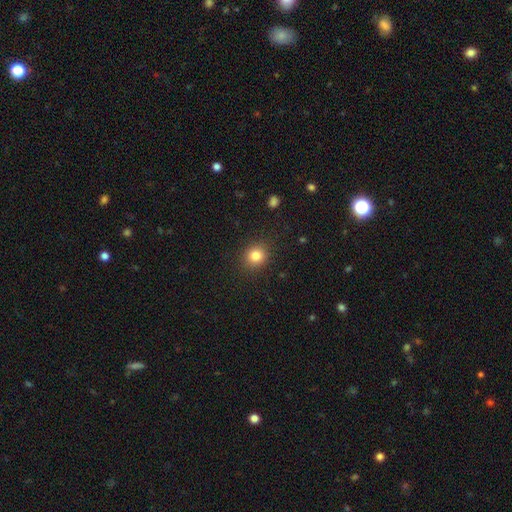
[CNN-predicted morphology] Smooth or featured? Predicted: smooth (p=0.83). How rounded? Predicted: round (p=0.83). Merging? Predicted: none (p=0.89).